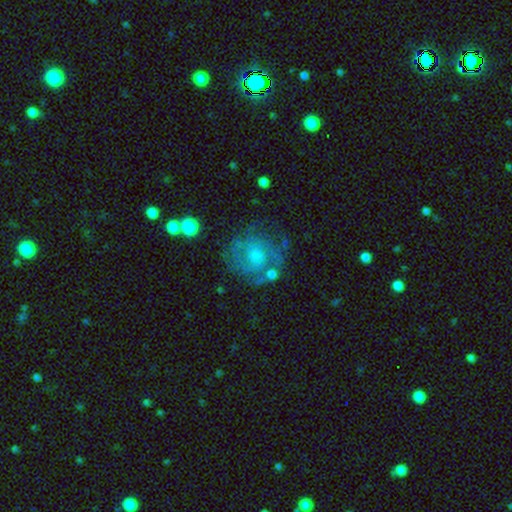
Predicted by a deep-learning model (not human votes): The model was most divided on "bulge size": small: 41%, moderate: 40%, none: 13%, large: 5%, dominant: 2%. More confident: edge-on disk — no (98%); spiral arms — yes (77%); bar — no (74%); smooth or featured — featured or disk (65%); merging — none (60%).